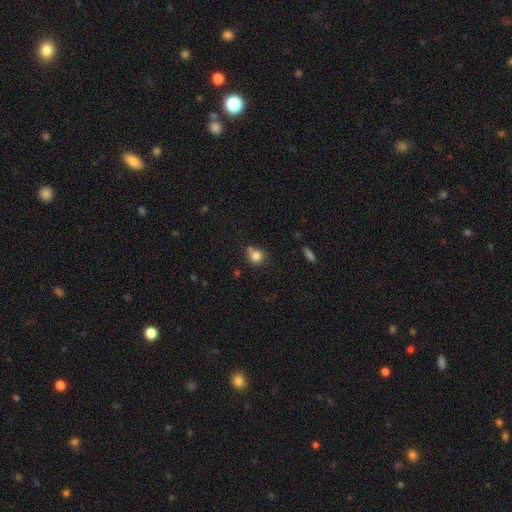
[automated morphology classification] The model was most divided on "merging": none: 61%, minor disturbance: 19%, merger: 15%, major disturbance: 5%. More confident: how rounded — round (82%); smooth or featured — smooth (81%).